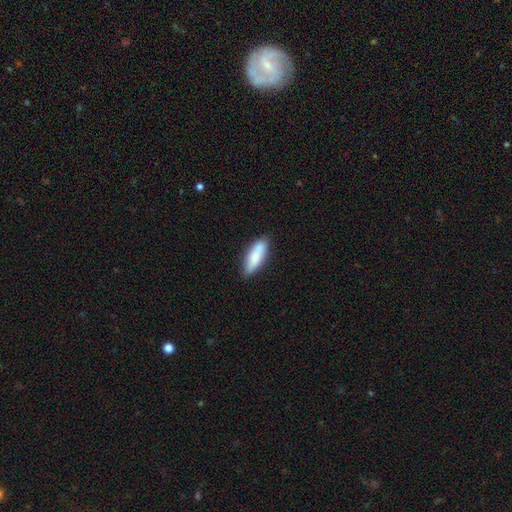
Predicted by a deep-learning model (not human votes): Smooth or featured: smooth — 83% (featured or disk — 11%)
How rounded: in between — 58% (cigar-shaped — 40%)
Merging: none — 81% (minor disturbance — 15%)